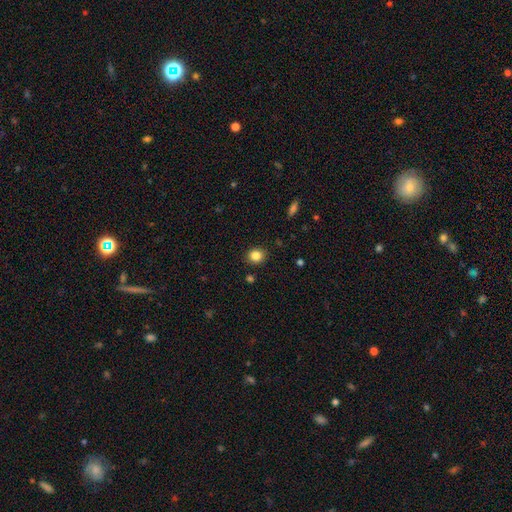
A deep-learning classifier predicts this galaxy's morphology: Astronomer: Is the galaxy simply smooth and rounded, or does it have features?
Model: smooth — 84%.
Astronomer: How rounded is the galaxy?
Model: round — 78%.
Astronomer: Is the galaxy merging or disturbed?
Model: none — 89%.